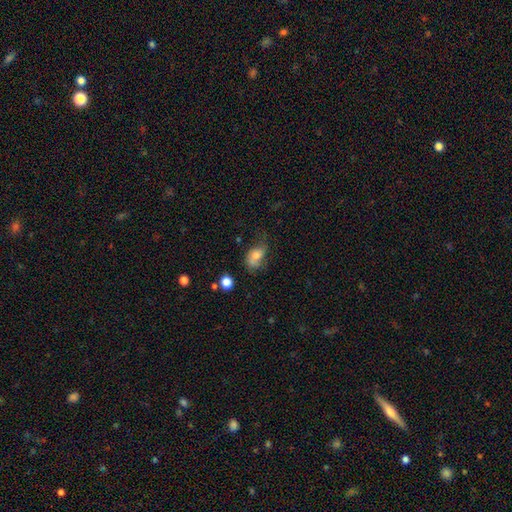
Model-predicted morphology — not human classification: smooth_or_featured: smooth (p=0.65) [alt: featured or disk p=0.24]
how_rounded: in between (p=0.81) [alt: round p=0.17]
merging: none (p=0.41) [alt: minor disturbance p=0.32]